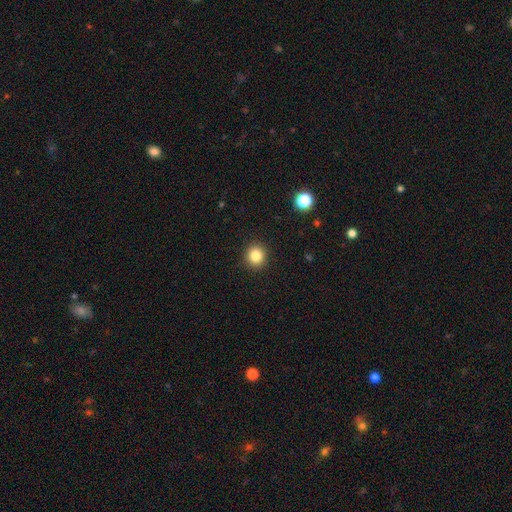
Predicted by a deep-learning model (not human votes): smooth 84%, star or artifact 11%, featured or disk 5%. Down the decision tree: how rounded — round (91%); merging — none (92%).